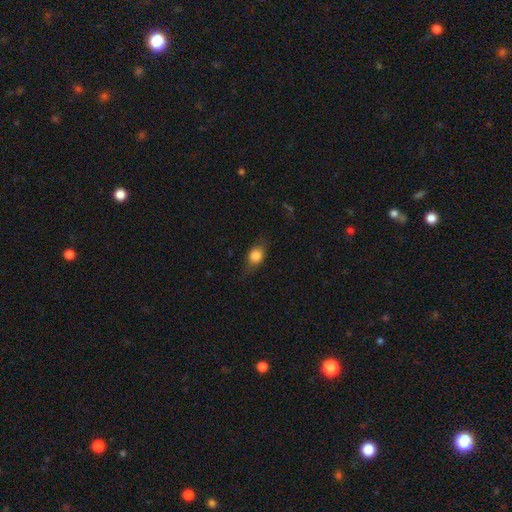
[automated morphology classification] This appears to be a smooth galaxy with no disk features (74%) that is in between round and cigar-shaped (57%). Merging: none (70%).